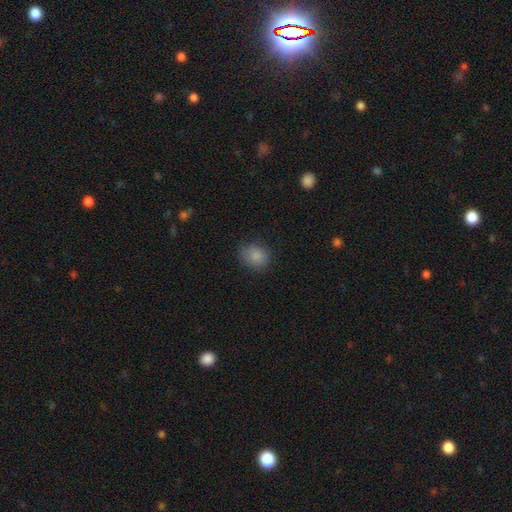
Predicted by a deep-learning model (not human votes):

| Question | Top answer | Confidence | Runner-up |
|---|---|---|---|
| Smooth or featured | smooth | 85% | star or artifact (10%) |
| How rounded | round | 70% | in between (30%) |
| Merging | none | 77% | minor disturbance (18%) |